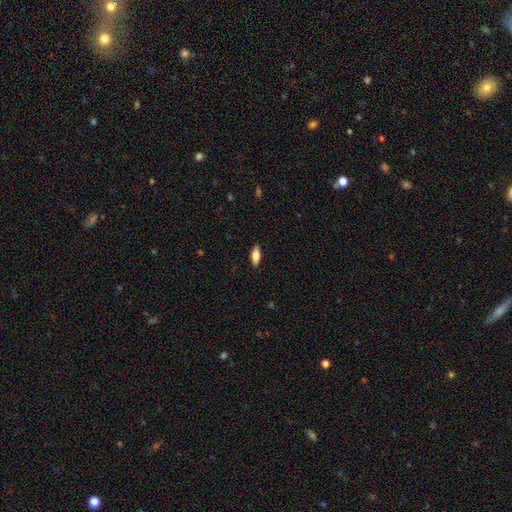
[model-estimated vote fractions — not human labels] A smooth galaxy with no disk features (66%) that is in between round and cigar-shaped (72%). Merging: none (89%).